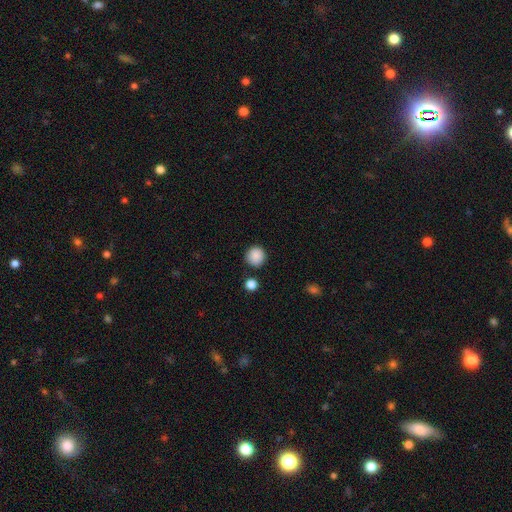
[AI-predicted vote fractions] Smooth or featured? smooth (88%)
How rounded? round (93%)
Merging? none (84%)